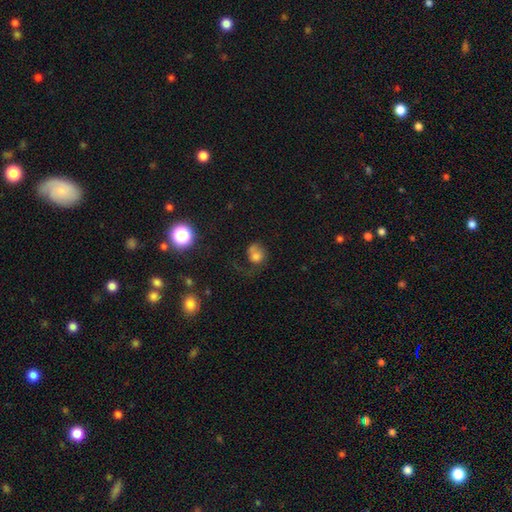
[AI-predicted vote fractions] The model was most divided on "merging": major disturbance: 38%, none: 30%, minor disturbance: 19%, merger: 13%. More confident: how rounded — round (69%); smooth or featured — smooth (66%).